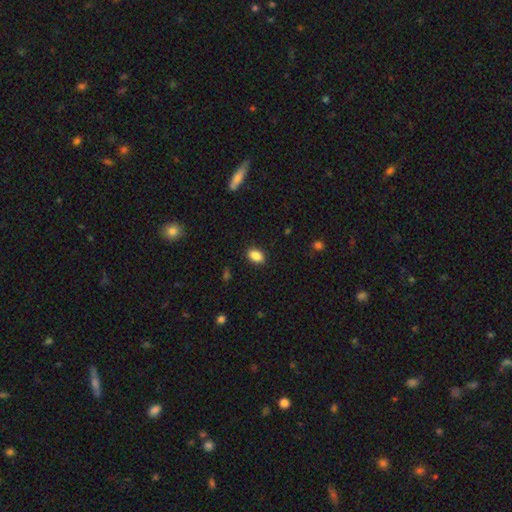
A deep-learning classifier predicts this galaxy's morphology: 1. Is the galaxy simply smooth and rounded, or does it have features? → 88% smooth, 8% star or artifact, 4% featured or disk.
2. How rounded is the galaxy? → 89% in between, 9% round, 2% cigar-shaped.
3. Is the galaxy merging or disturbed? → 88% none, 9% minor disturbance, 2% major disturbance, 1% merger.